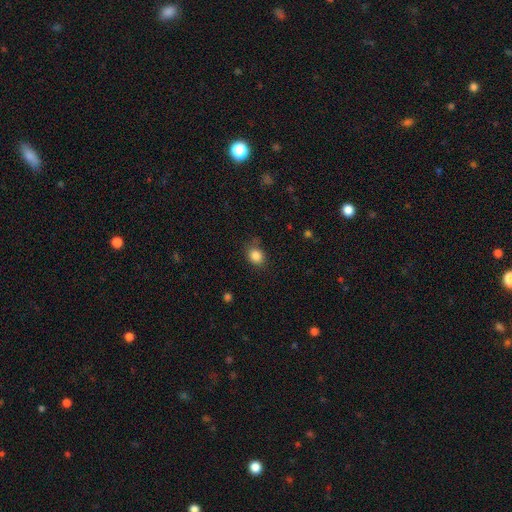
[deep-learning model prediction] A smooth galaxy with no disk features (85%) that is round (62%). Merging: none (78%).